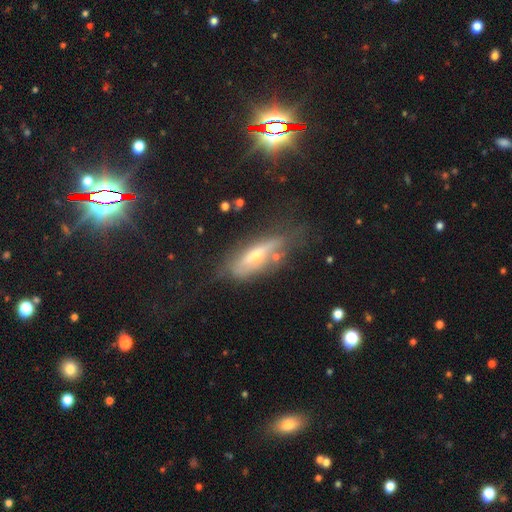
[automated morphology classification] Smooth or featured: featured or disk — 59% (smooth — 32%)
Edge-on disk: yes — 69% (no — 31%)
Merging: none — 57% (minor disturbance — 25%)